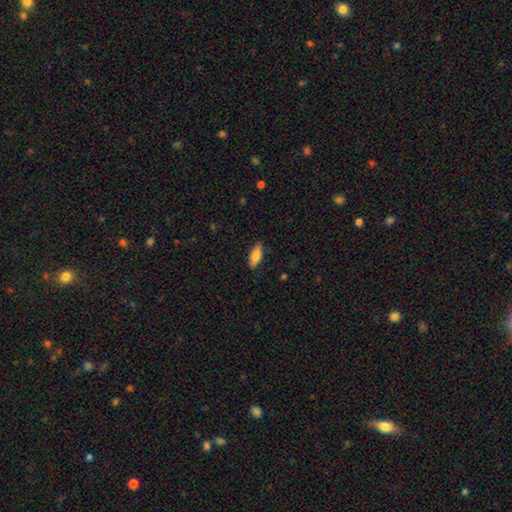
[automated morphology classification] A smooth galaxy with no disk features (80%) that is in between round and cigar-shaped (67%).

Vote fractions:
- Smooth or featured? smooth: 80% / featured or disk: 14% / star or artifact: 6%
- How rounded? in between: 67% / cigar-shaped: 31% / round: 2%
- Merging? none: 87% / minor disturbance: 10% / major disturbance: 2% / merger: 1%